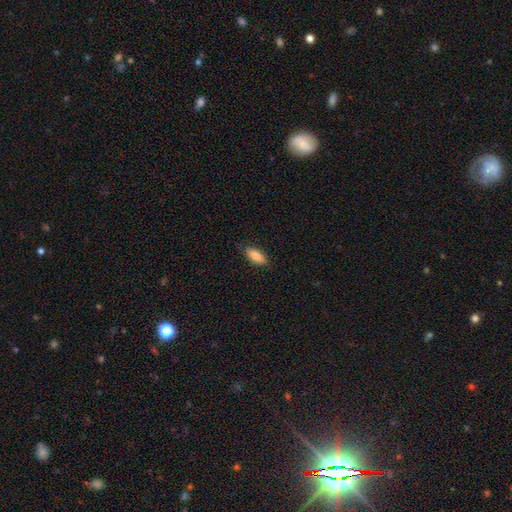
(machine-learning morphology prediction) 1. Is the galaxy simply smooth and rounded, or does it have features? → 82% smooth, 11% featured or disk, 6% star or artifact.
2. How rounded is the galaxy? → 77% in between, 21% cigar-shaped, 2% round.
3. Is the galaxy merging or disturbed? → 82% none, 14% minor disturbance, 2% major disturbance, 1% merger.